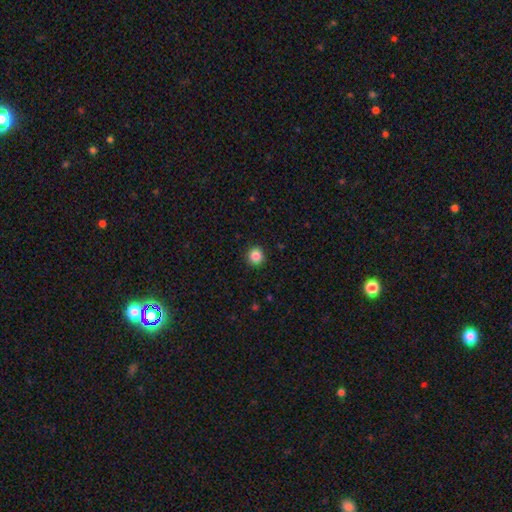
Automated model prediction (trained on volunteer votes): This appears to be a smooth galaxy with no disk features (87%) that is round (93%). Merging: none (92%).